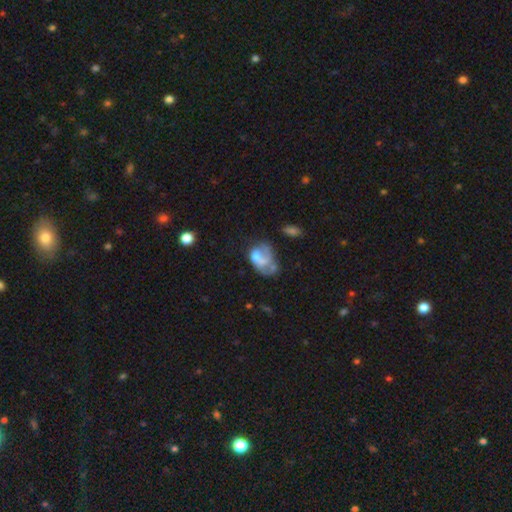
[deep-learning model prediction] The model was most divided on "smooth or featured": featured or disk: 46%, smooth: 42%, star or artifact: 11%. Remaining: merging — major disturbance (36%).